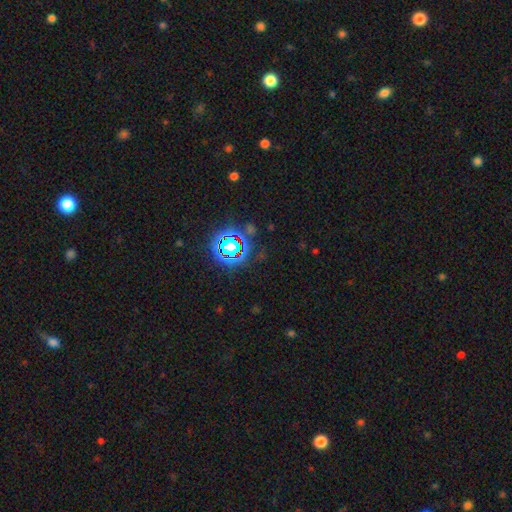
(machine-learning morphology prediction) Smooth or featured? star or artifact (80%)